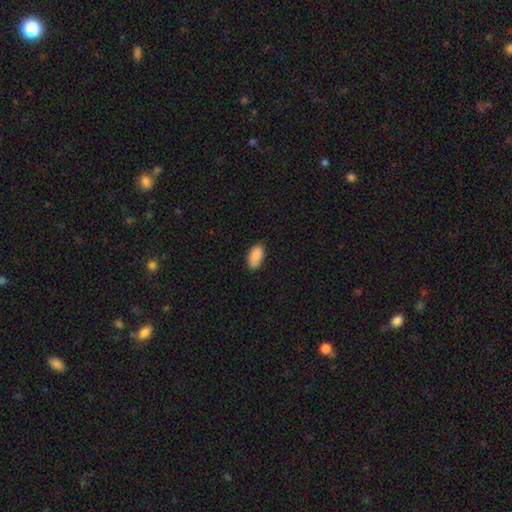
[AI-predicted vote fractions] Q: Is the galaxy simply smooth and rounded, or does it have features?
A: smooth — 89%.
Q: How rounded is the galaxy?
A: in between — 94%.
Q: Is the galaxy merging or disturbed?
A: none — 80%.